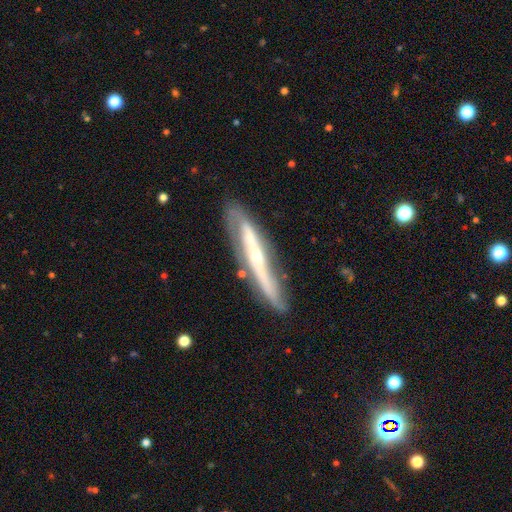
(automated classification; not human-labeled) Smooth or featured?
  - featured or disk: 76% *
  - smooth: 18%
  - star or artifact: 6%
Edge-on disk?
  - yes: 64% *
  - no: 36%
Merging?
  - none: 71% *
  - minor disturbance: 19%
  - major disturbance: 6%
  - merger: 3%